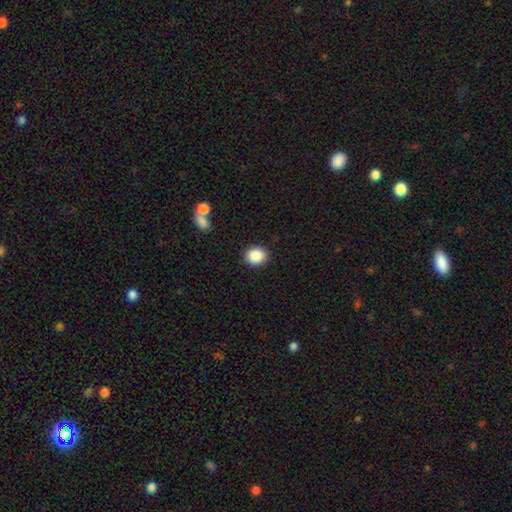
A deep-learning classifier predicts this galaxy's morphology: Smooth or featured? smooth (88%)
How rounded? round (69%)
Merging? none (90%)